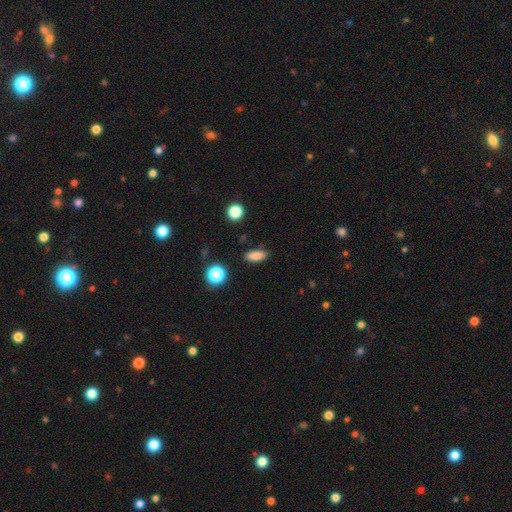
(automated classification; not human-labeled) Overall: smooth (84%). How rounded: in between (77%). Merging: none (85%).